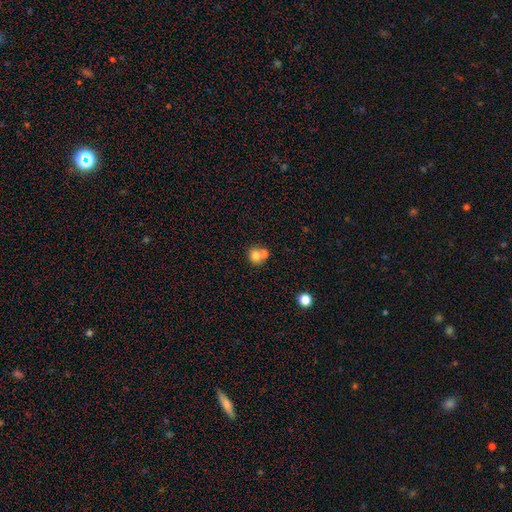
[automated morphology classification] smooth-or-featured: smooth: 75% | featured or disk: 13% | star or artifact: 12%
  how-rounded: round: 71% | in between: 28% | cigar-shaped: 1%
  merging: merger: 47% | none: 43% | minor disturbance: 7% | major disturbance: 3%